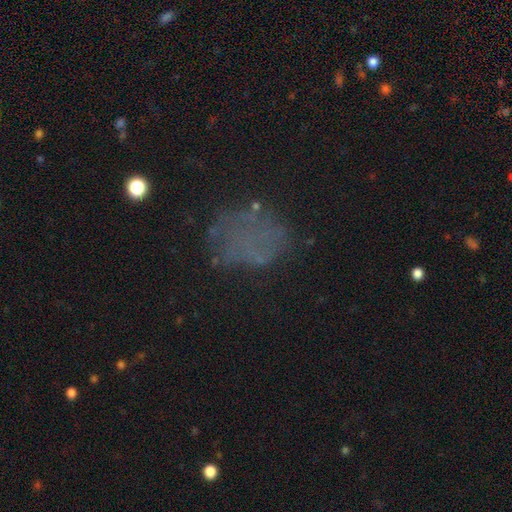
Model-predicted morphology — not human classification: Smooth or featured?
  - smooth: 40% *
  - featured or disk: 32%
  - star or artifact: 28%
Merging?
  - none: 57% *
  - major disturbance: 20%
  - minor disturbance: 19%
  - merger: 4%